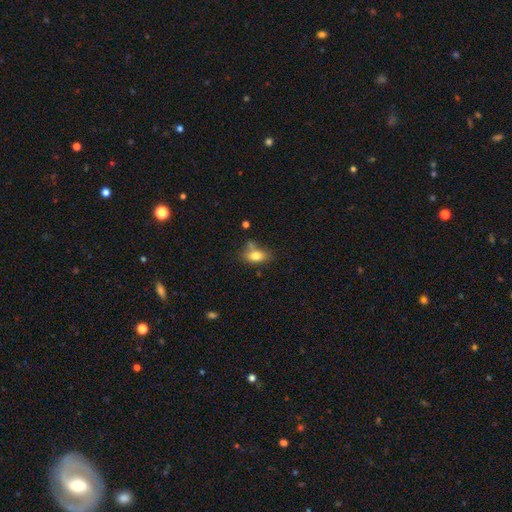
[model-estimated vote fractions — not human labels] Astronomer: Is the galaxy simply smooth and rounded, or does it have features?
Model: smooth — 78%.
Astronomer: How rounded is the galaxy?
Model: in between — 85%.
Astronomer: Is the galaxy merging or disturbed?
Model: none — 55%.